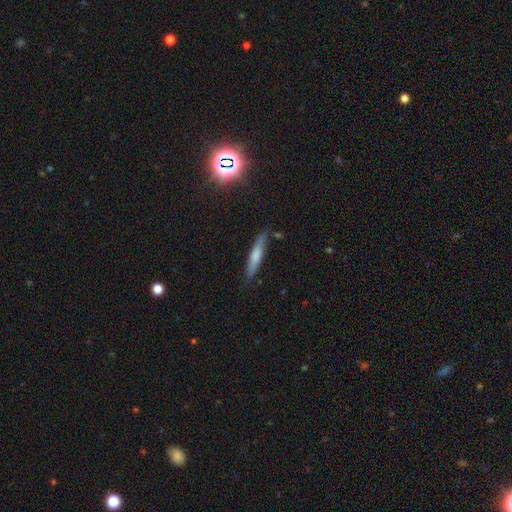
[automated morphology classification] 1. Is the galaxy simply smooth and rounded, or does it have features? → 63% smooth, 30% featured or disk, 7% star or artifact.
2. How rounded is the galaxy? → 91% cigar-shaped, 8% in between, 1% round.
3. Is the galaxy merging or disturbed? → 82% none, 13% minor disturbance, 2% major disturbance, 2% merger.